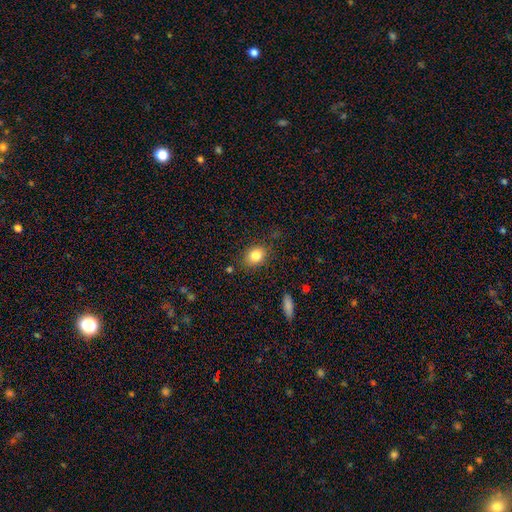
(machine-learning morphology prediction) This appears to be a smooth galaxy with no disk features (83%) that is in between round and cigar-shaped (60%). Merging: none (80%).